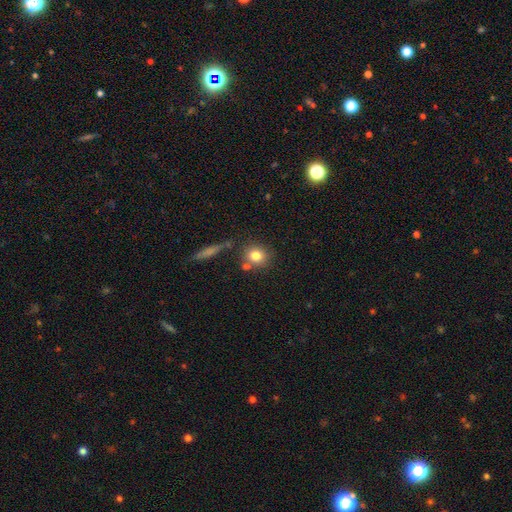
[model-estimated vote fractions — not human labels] Q: Smooth or featured?
A: smooth (80%); runner-up: star or artifact (10%)
Q: How rounded?
A: round (81%); runner-up: in between (17%)
Q: Merging?
A: none (71%); runner-up: merger (14%)